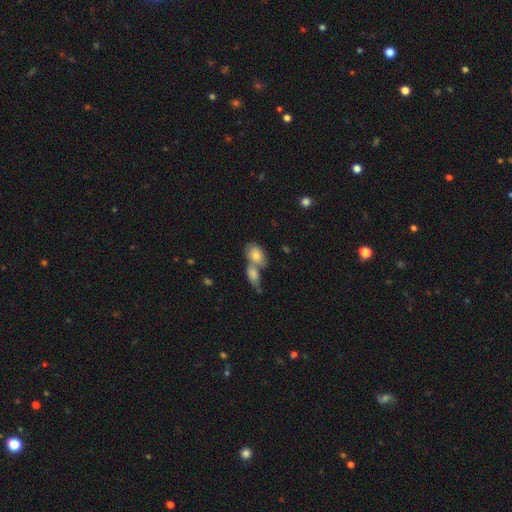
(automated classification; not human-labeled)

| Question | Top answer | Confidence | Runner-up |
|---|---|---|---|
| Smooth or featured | smooth | 78% | featured or disk (14%) |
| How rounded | in between | 80% | round (18%) |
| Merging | merger | 60% | none (28%) |